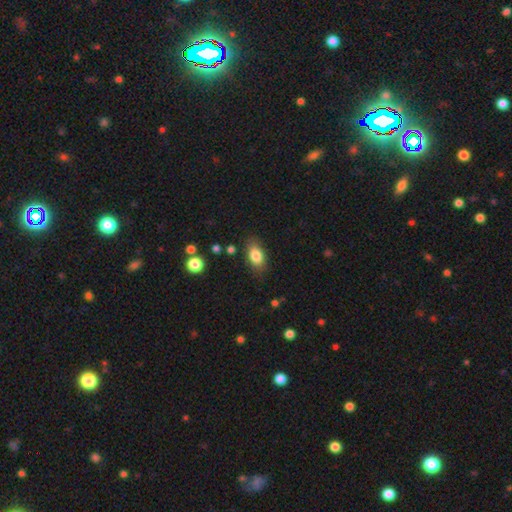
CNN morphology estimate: smooth_or_featured: smooth (p=0.82) [alt: featured or disk p=0.10]
how_rounded: in between (p=0.88) [alt: round p=0.08]
merging: none (p=0.82) [alt: minor disturbance p=0.13]